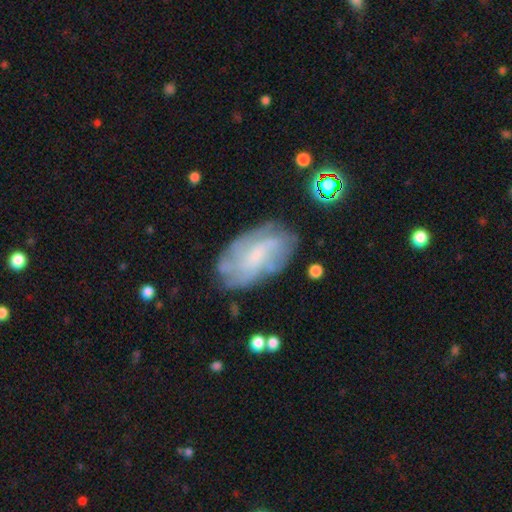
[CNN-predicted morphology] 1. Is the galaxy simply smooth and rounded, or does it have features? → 59% featured or disk, 32% smooth, 9% star or artifact.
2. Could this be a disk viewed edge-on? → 94% no, 6% yes.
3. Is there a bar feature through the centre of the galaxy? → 56% no, 36% weak, 8% strong.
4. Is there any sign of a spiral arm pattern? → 75% yes, 25% no.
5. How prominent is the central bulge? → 51% small, 26% none, 19% moderate, 3% large, 1% dominant.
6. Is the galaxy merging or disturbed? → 66% none, 21% minor disturbance, 9% major disturbance, 3% merger.